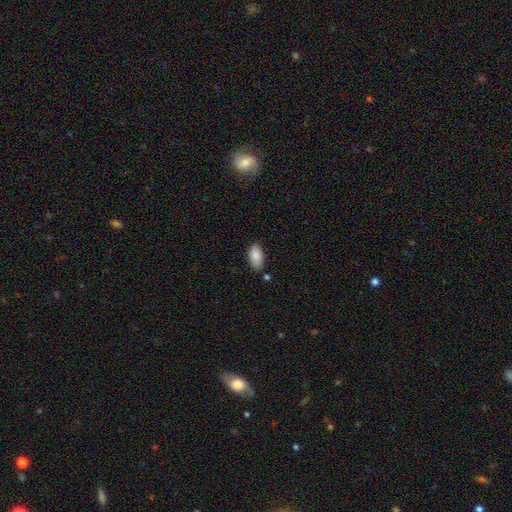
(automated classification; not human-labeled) Morphology: type=smooth (85%); roundness=in between (94%); merging=none (78%).